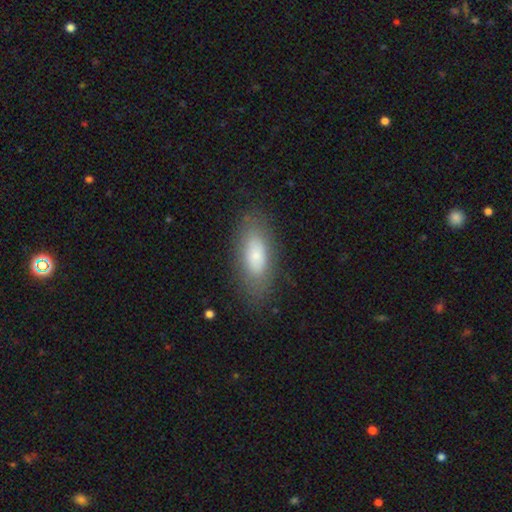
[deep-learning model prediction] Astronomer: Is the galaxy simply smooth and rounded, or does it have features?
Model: smooth — 73%.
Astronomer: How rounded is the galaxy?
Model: in between — 78%.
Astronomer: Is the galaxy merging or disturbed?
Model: none — 81%.